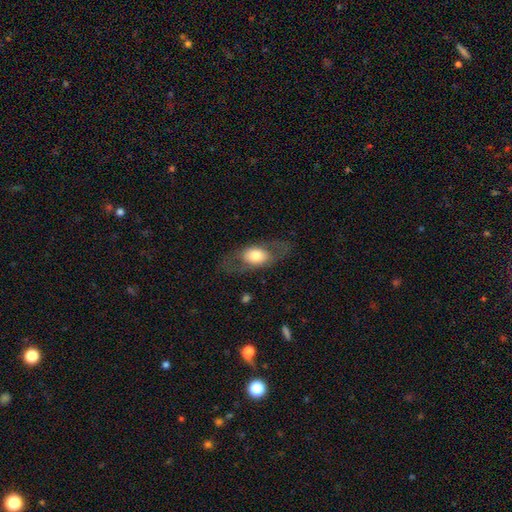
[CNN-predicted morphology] A smooth galaxy with no disk features (53%) that is in between round and cigar-shaped (76%). Merging: none (73%).